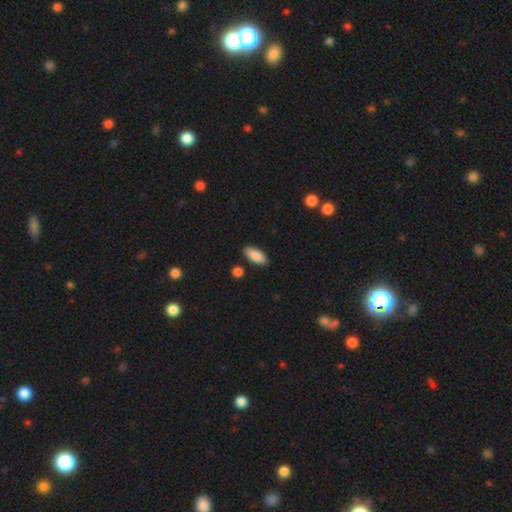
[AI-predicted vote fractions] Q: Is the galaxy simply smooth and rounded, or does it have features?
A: smooth — 88%.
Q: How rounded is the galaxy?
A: in between — 87%.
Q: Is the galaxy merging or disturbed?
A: none — 86%.